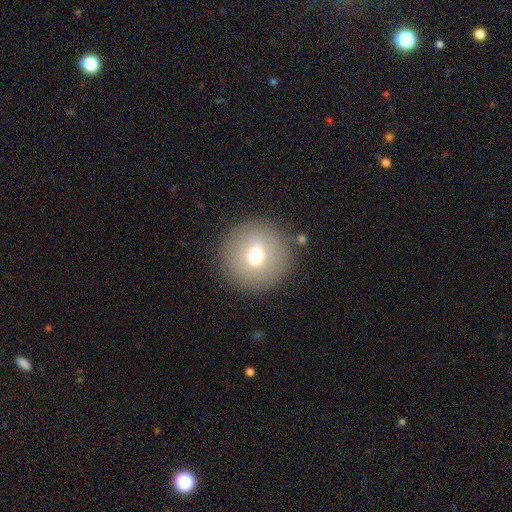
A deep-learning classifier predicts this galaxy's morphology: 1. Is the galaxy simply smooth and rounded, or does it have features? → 67% smooth, 21% featured or disk, 12% star or artifact.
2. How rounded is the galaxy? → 96% round, 3% in between, 1% cigar-shaped.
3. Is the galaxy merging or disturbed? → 88% none, 7% minor disturbance, 3% major disturbance, 2% merger.